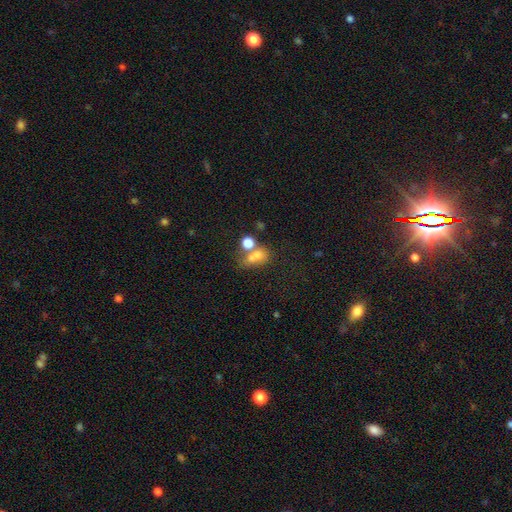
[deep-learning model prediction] This is likely a smooth galaxy (68%). How rounded: possibly in between (51%). Merging: possibly merger (49%).